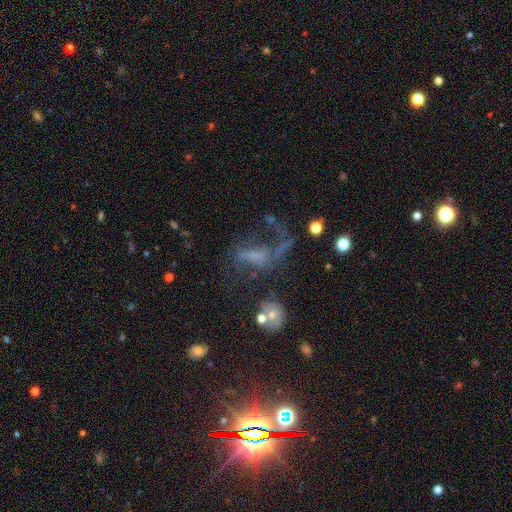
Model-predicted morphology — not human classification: Overall: featured or disk (56%; star or artifact 22%). Edge-on disk: no (92%). Bar: no (42%; weak 33%). Spiral arms: yes (59%; no 41%). Bulge size: none (47%; small 26%). Merging: major disturbance (45%; none 31%).